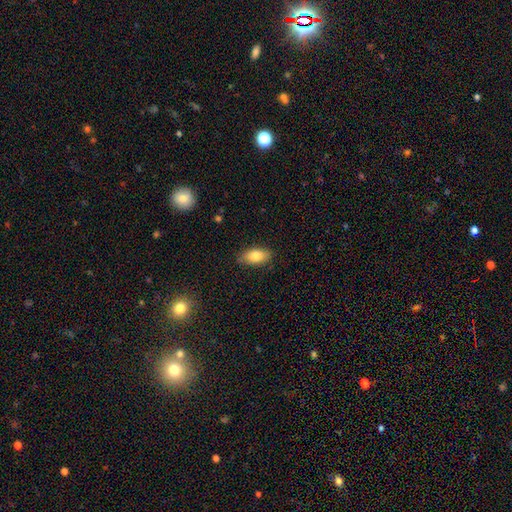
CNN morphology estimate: A smooth galaxy with no disk features (82%) that is in between round and cigar-shaped (90%).

Vote fractions:
- Smooth or featured? smooth: 82% / featured or disk: 11% / star or artifact: 7%
- How rounded? in between: 90% / cigar-shaped: 6% / round: 4%
- Merging? none: 83% / minor disturbance: 13% / major disturbance: 3% / merger: 1%